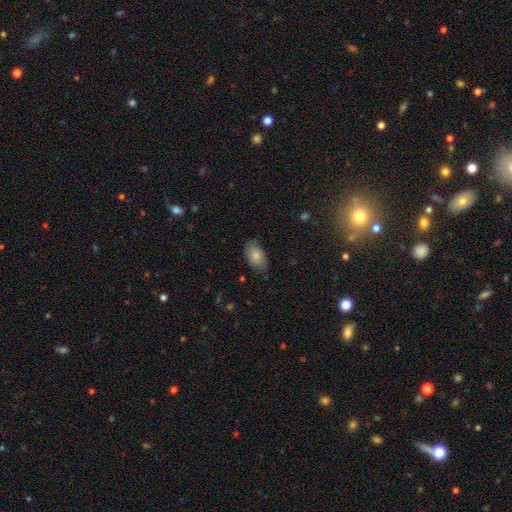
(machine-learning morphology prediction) The model was most divided on "merging": none: 71%, minor disturbance: 24%, major disturbance: 5%, merger: 1%. More confident: how rounded — in between (92%); smooth or featured — smooth (79%).